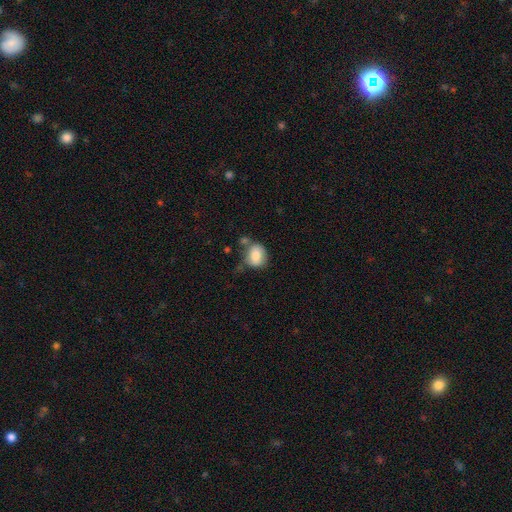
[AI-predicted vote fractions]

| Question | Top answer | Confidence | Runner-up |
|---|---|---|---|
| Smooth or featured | smooth | 82% | featured or disk (11%) |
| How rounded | round | 51% | in between (48%) |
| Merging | none | 49% | minor disturbance (26%) |